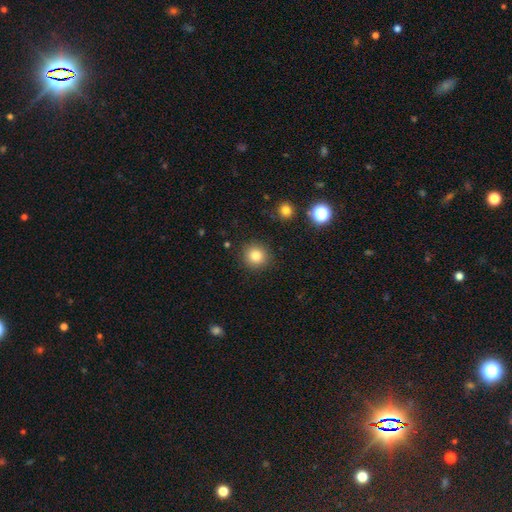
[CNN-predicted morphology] smooth-or-featured: smooth: 82% | star or artifact: 12% | featured or disk: 7%
  how-rounded: round: 92% | in between: 7% | cigar-shaped: 1%
  merging: none: 90% | minor disturbance: 6% | major disturbance: 2% | merger: 2%